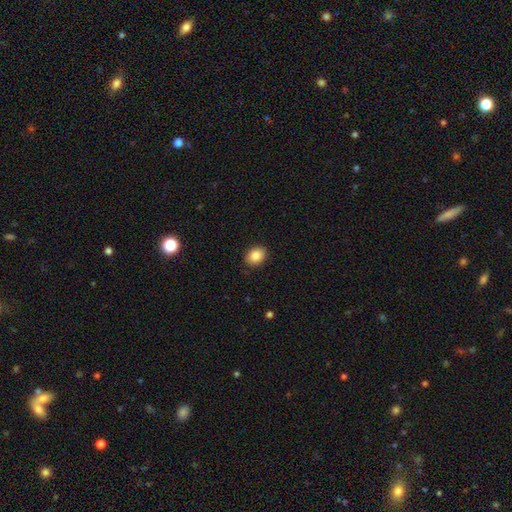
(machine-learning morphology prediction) A smooth galaxy with no disk features (86%) that is in between round and cigar-shaped (60%). Merging: none (89%).